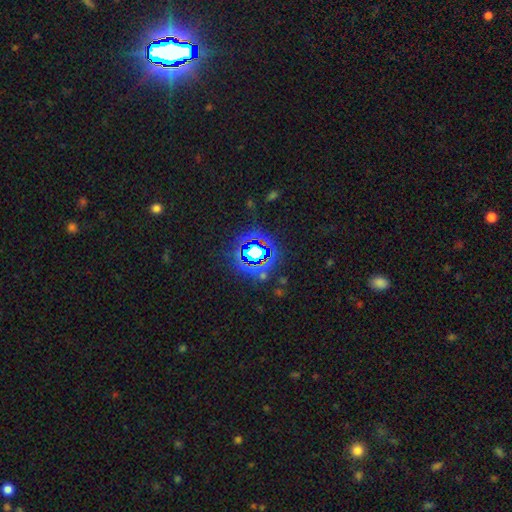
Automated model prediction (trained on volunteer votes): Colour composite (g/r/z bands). It shows a star or artifact, not a galaxy (77%).